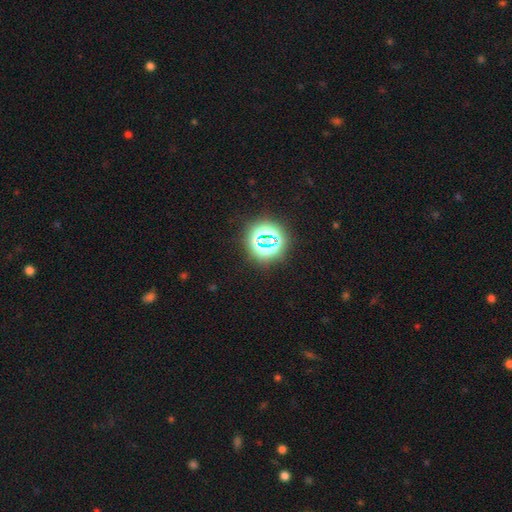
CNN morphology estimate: smooth-or-featured: star or artifact: 80% | smooth: 14% | featured or disk: 6%